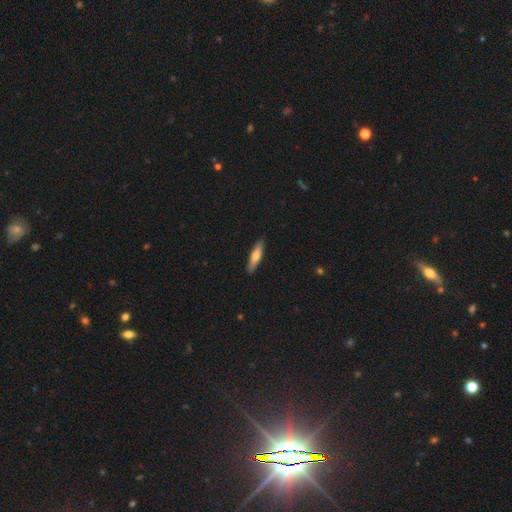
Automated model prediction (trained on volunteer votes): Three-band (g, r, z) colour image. It shows a smooth galaxy with no disk features (68%) that is cigar-shaped (75%). Merging: none (89%).